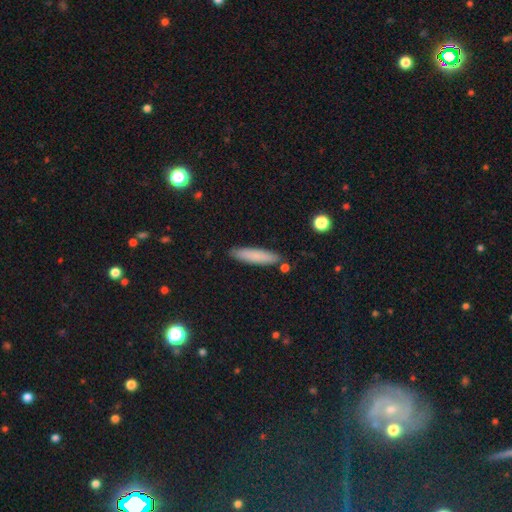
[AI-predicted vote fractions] smooth 81%, featured or disk 12%, star or artifact 7%. Down the decision tree: how rounded — cigar-shaped (83%); merging — none (87%).